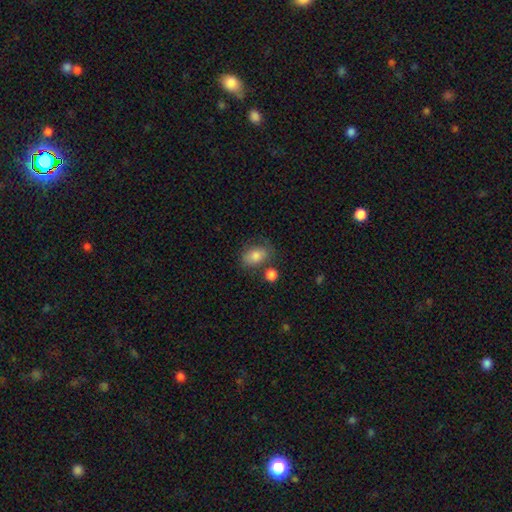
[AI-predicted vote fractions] Overall: smooth (80%). How rounded: in between (79%). Merging: none (60%; minor disturbance 21%).